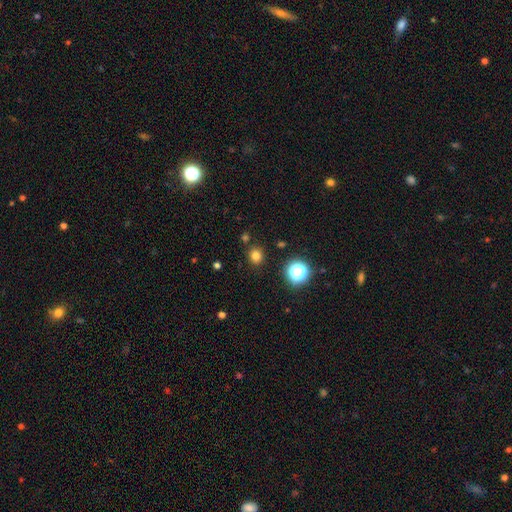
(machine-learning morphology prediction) type=smooth (77%); roundness=round (80%); merging=none (86%).